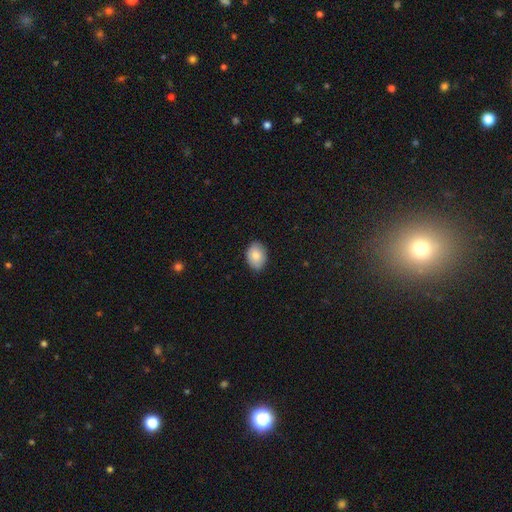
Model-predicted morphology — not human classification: This is clearly a smooth galaxy (82%). How rounded: likely in between (75%). Merging: clearly none (85%).